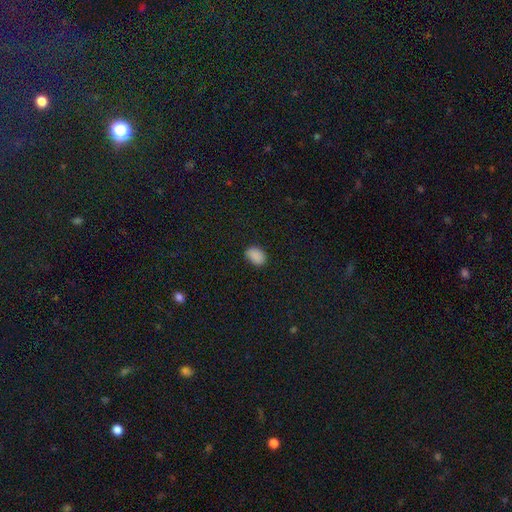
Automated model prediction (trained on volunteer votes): Smooth or featured? smooth (87%)
How rounded? in between (84%)
Merging? none (82%)